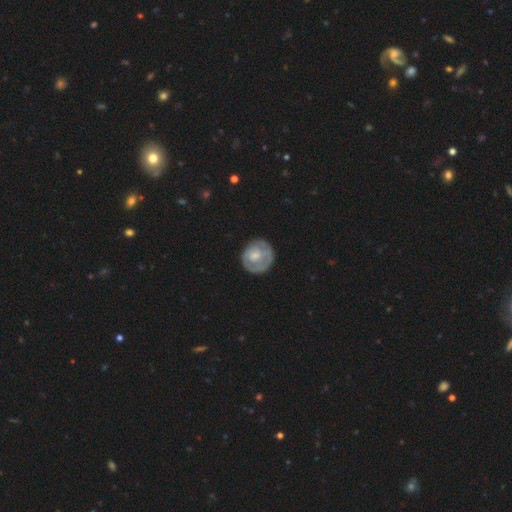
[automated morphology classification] Overall: smooth (48%; featured or disk 47%). Merging: none (69%).